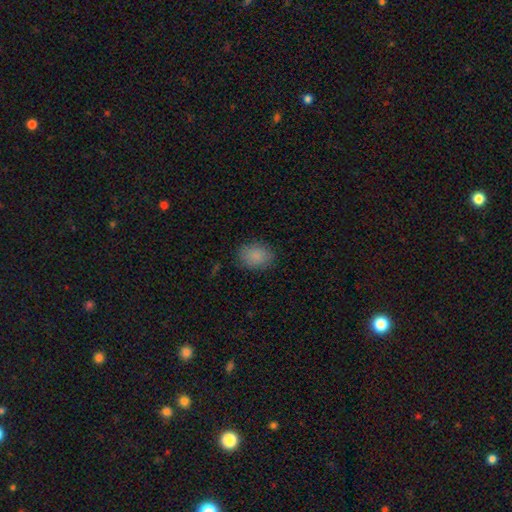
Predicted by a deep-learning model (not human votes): The model was most divided on "how rounded": in between: 62%, round: 37%, cigar-shaped: 1%. More confident: smooth or featured — smooth (87%); merging — none (84%).